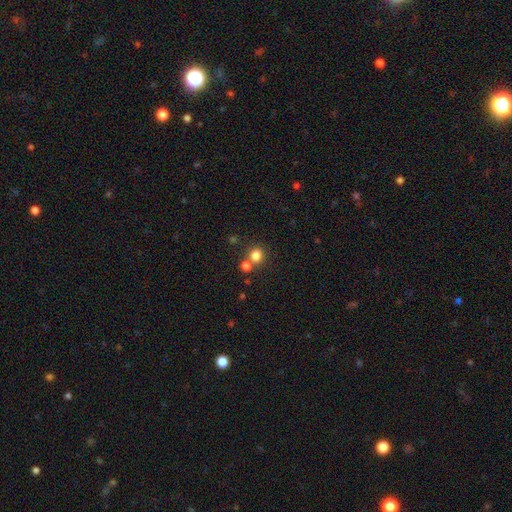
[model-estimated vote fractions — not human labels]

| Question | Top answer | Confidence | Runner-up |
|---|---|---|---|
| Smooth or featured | smooth | 81% | star or artifact (14%) |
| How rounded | round | 83% | in between (16%) |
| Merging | none | 64% | merger (25%) |